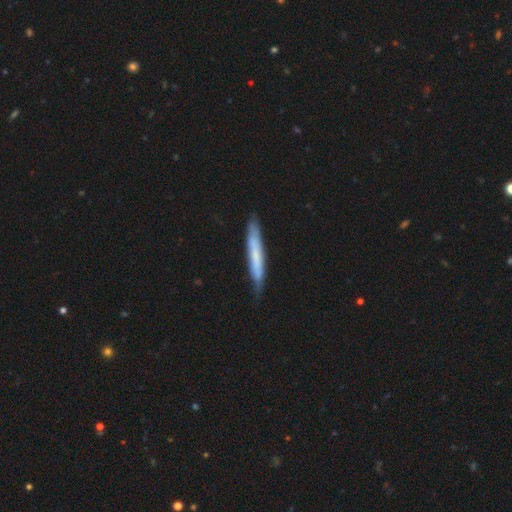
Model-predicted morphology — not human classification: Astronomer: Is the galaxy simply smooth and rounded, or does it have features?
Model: smooth — 53% (runner-up: featured or disk, 41%).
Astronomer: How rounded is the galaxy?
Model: cigar-shaped — 95%.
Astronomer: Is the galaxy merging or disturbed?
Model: none — 79%.